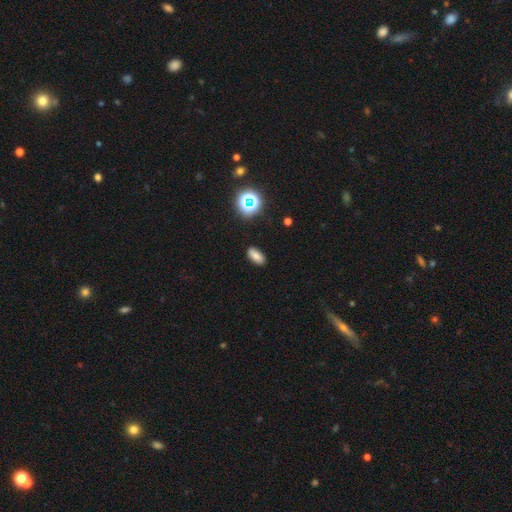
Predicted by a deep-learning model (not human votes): smooth_or_featured: smooth (p=0.77) [alt: star or artifact p=0.15]
how_rounded: in between (p=0.88) [alt: cigar-shaped p=0.07]
merging: none (p=0.88) [alt: minor disturbance p=0.09]